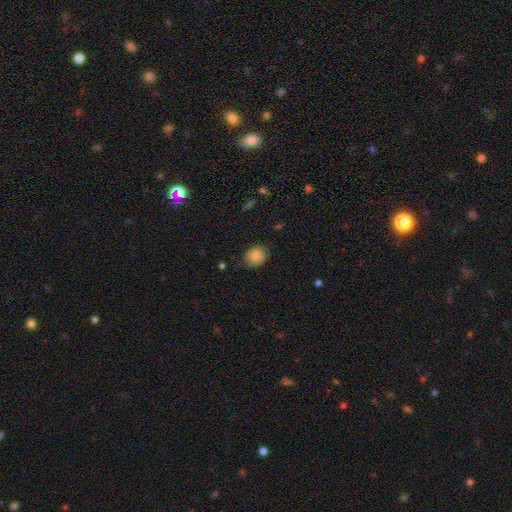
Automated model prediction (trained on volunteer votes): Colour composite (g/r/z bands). It shows a smooth galaxy with no disk features (78%) that is round (78%). Merging: none (64%).